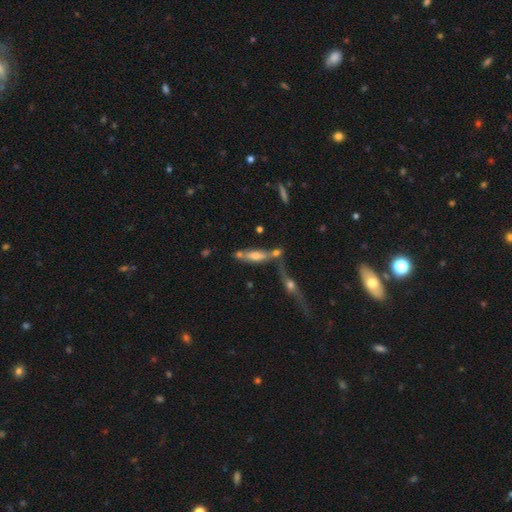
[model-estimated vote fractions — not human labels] This appears to be a featured or disk galaxy (49%). Merging: merger (41%).